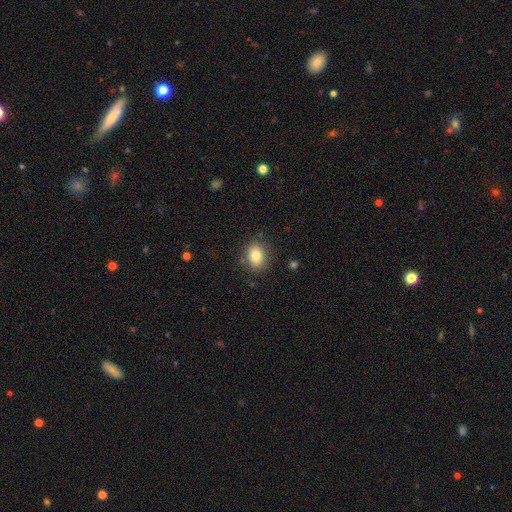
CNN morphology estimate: type=smooth (81%); roundness=in between (64%); merging=none (84%).